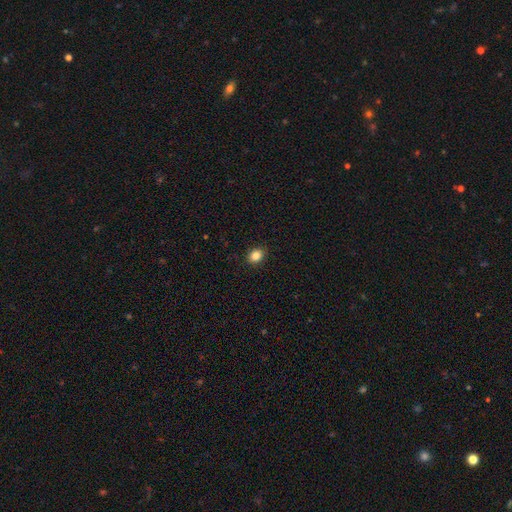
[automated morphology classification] smooth_or_featured: smooth (p=0.85) [alt: star or artifact p=0.10]
how_rounded: in between (p=0.50) [alt: round p=0.49]
merging: none (p=0.91) [alt: minor disturbance p=0.07]